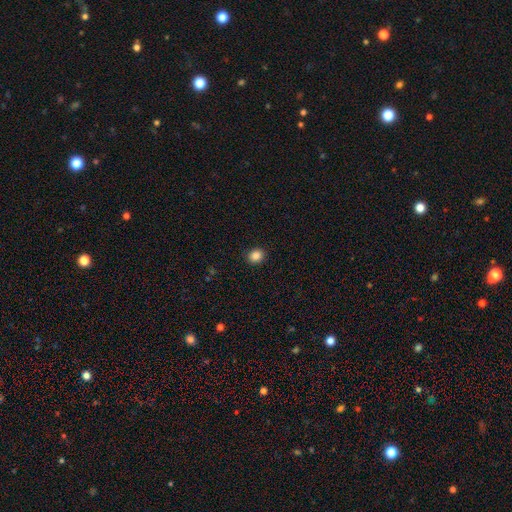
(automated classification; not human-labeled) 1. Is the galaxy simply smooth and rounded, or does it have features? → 86% smooth, 10% star or artifact, 4% featured or disk.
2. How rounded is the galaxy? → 68% round, 32% in between, 1% cigar-shaped.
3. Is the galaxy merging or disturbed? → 91% none, 6% minor disturbance, 2% major disturbance, 1% merger.